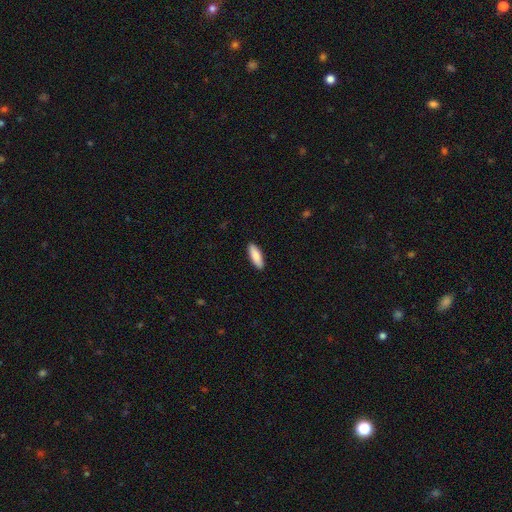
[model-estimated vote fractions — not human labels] Overall: smooth (86%). How rounded: in between (55%; cigar-shaped 43%). Merging: none (90%).